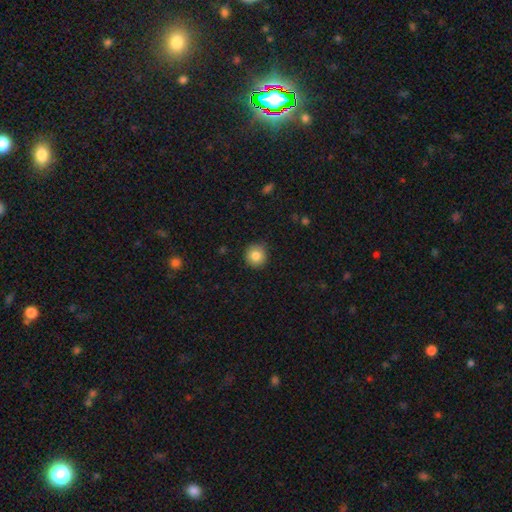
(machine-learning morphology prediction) Smooth or featured?
  - smooth: 83% *
  - star or artifact: 9%
  - featured or disk: 8%
How rounded?
  - round: 94% *
  - in between: 5%
  - cigar-shaped: 1%
Merging?
  - none: 89% *
  - minor disturbance: 8%
  - major disturbance: 2%
  - merger: 1%